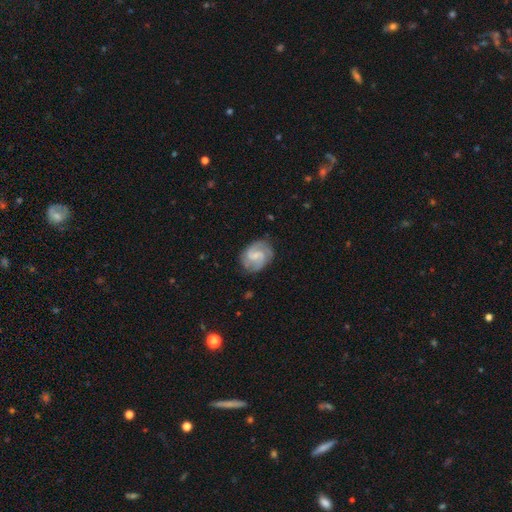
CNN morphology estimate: Smooth or featured: featured or disk — 78% (smooth — 16%)
Edge-on disk: no — 98% (yes — 2%)
Bar: weak — 56% (no — 31%)
Spiral arms: yes — 95% (no — 5%)
Spiral winding: medium — 52% (tight — 30%)
Spiral arm count: 2 — 75% (3 — 10%)
Bulge size: small — 51% (moderate — 25%)
Merging: none — 75% (minor disturbance — 17%)